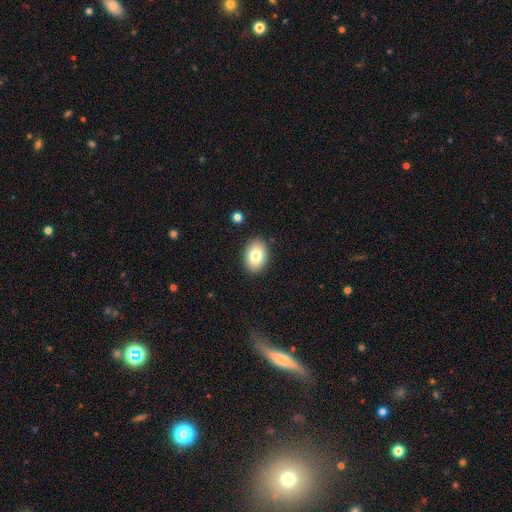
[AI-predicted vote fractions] The model was most divided on "how rounded": in between: 81%, round: 18%, cigar-shaped: 1%. More confident: merging — none (89%); smooth or featured — smooth (82%).